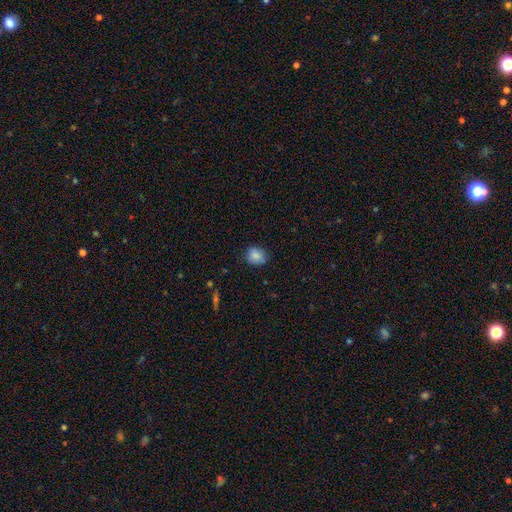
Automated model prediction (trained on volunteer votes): Smooth or featured? smooth (84%)
How rounded? round (70%)
Merging? none (75%)